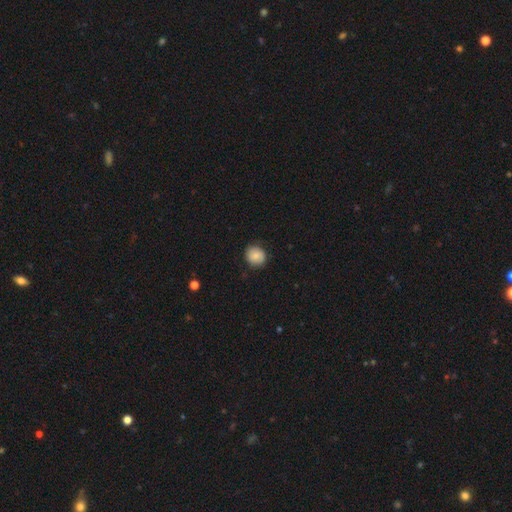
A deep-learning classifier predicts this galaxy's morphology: Smooth or featured?
  - smooth: 82% *
  - featured or disk: 10%
  - star or artifact: 8%
How rounded?
  - round: 80% *
  - in between: 19%
  - cigar-shaped: 1%
Merging?
  - none: 82% *
  - minor disturbance: 14%
  - major disturbance: 3%
  - merger: 1%